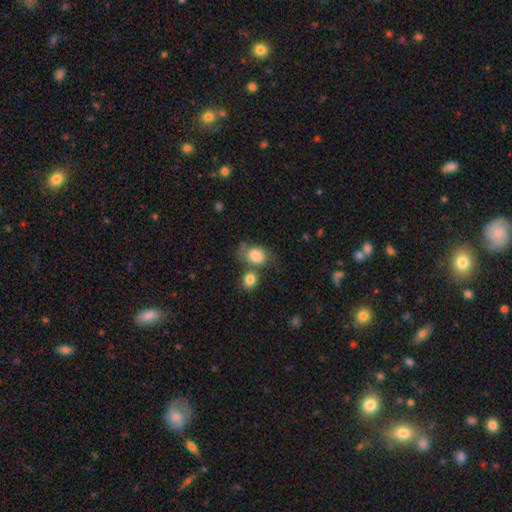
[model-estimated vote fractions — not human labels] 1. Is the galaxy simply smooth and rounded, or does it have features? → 79% smooth, 13% featured or disk, 8% star or artifact.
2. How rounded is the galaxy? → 56% in between, 43% round, 1% cigar-shaped.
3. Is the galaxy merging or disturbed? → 41% none, 30% merger, 19% minor disturbance, 10% major disturbance.